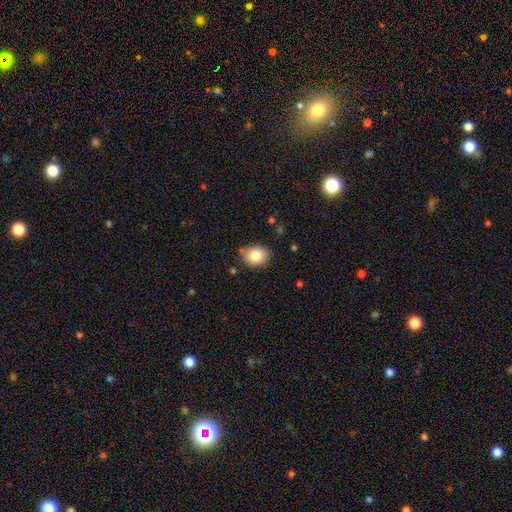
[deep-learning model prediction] This is clearly a smooth galaxy (83%). How rounded: possibly round (52%). Merging: likely none (77%).